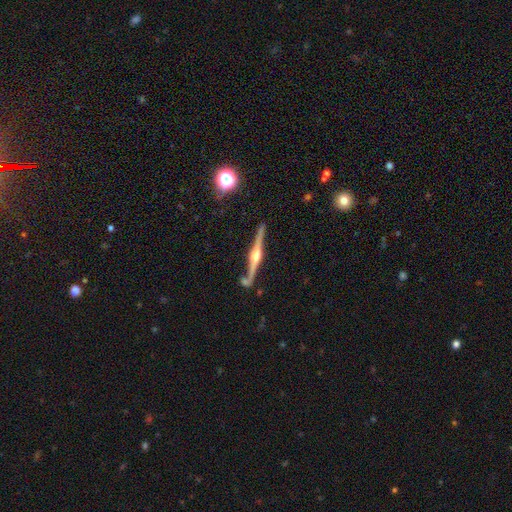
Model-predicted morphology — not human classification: Smooth or featured: featured or disk — 86% (smooth — 8%)
Edge-on disk: yes — 98% (no — 2%)
Edge-on bulge: rounded — 89% (boxy — 8%)
Merging: none — 78% (minor disturbance — 12%)